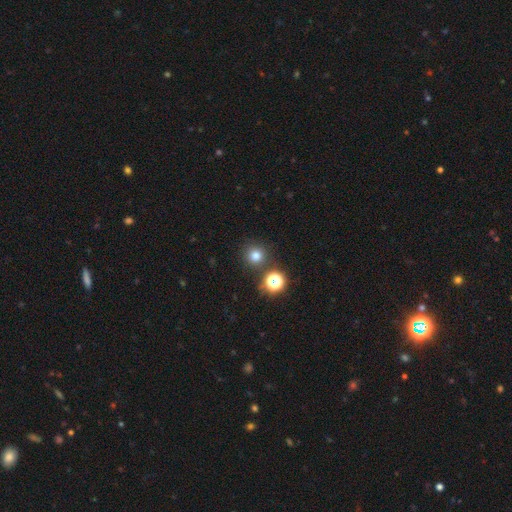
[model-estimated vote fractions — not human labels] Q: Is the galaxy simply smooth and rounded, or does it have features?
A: smooth — 74%.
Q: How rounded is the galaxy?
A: round — 93%.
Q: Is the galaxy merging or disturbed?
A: none — 83%.